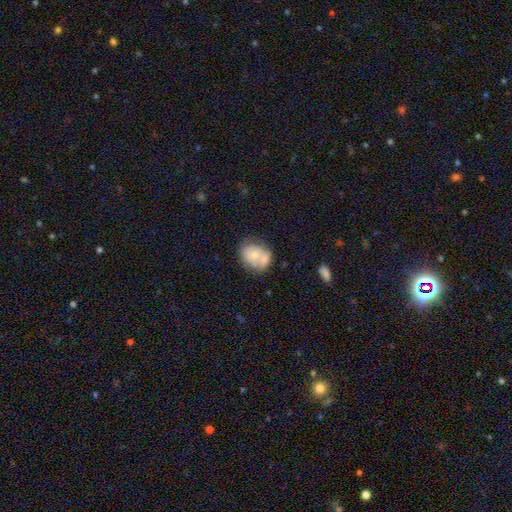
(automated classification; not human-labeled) This is likely a smooth galaxy (62%). How rounded: possibly round (51%). Merging: marginally merger (39%).